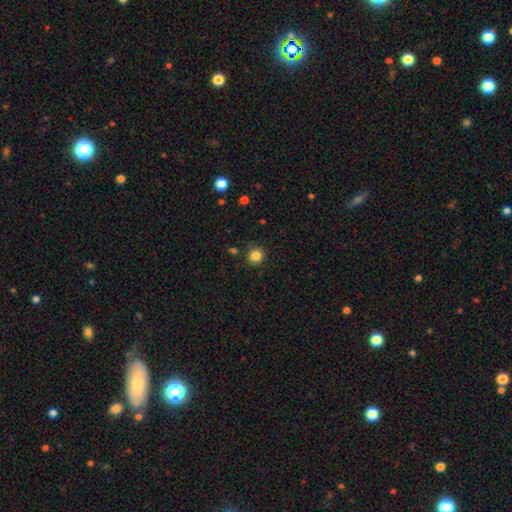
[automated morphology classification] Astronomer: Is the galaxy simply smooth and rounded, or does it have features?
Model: smooth — 84%.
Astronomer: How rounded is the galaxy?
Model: round — 88%.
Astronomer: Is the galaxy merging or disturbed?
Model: none — 86%.